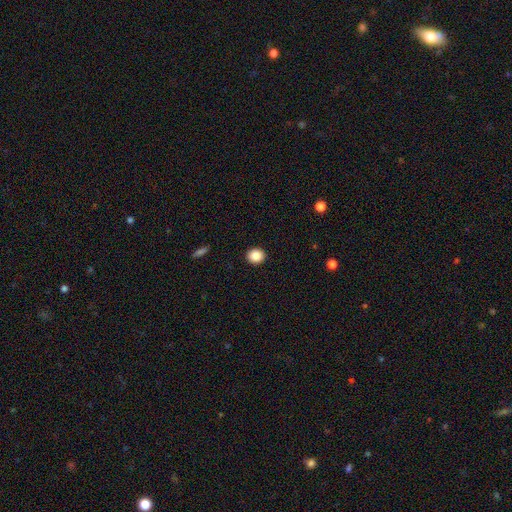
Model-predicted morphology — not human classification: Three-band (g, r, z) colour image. It shows a smooth galaxy with no disk features (86%) that is round (81%). Merging: none (92%).